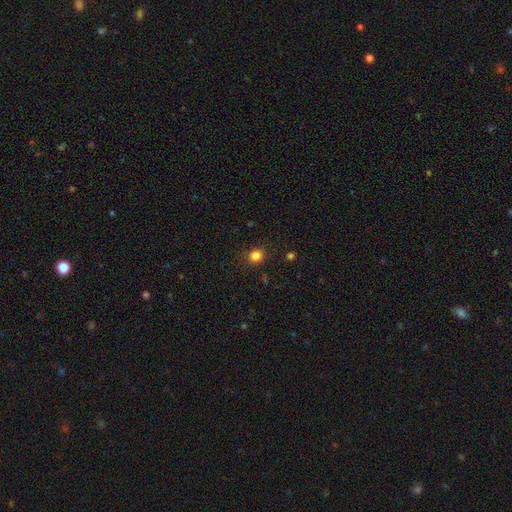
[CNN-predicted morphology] A smooth galaxy with no disk features (83%) that is round (76%).

Vote fractions:
- Smooth or featured? smooth: 83% / star or artifact: 13% / featured or disk: 4%
- How rounded? round: 76% / in between: 23% / cigar-shaped: 1%
- Merging? none: 85% / minor disturbance: 10% / major disturbance: 3% / merger: 1%